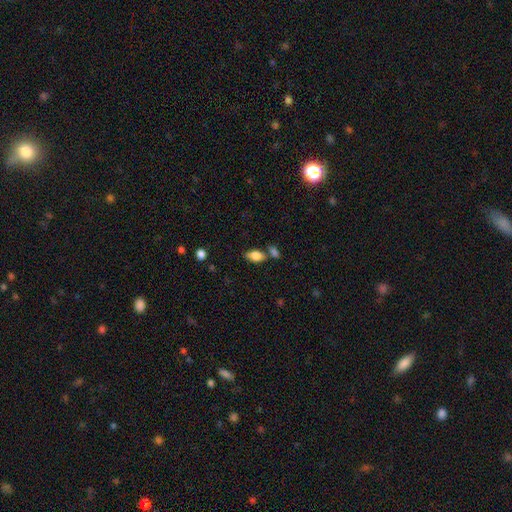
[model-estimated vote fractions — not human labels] Smooth or featured: smooth — 78% (featured or disk — 14%)
How rounded: in between — 89% (round — 5%)
Merging: none — 64% (merger — 18%)